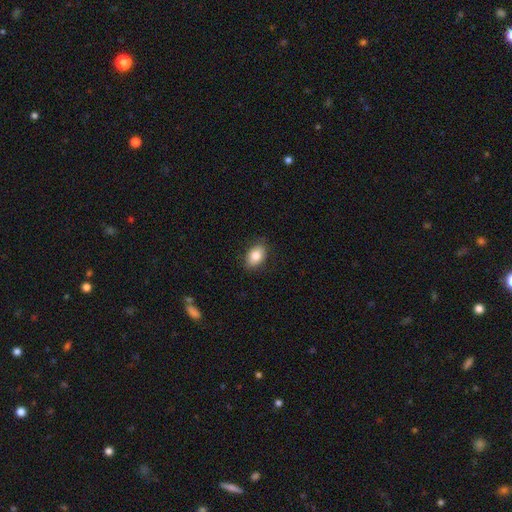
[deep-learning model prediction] The model was most divided on "how rounded": in between: 81%, round: 18%, cigar-shaped: 1%. More confident: merging — none (85%); smooth or featured — smooth (81%).